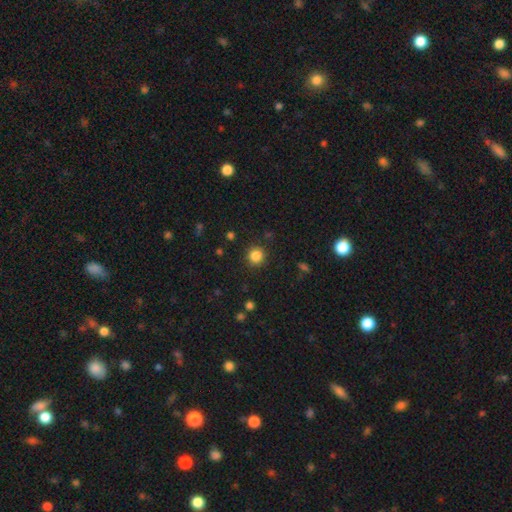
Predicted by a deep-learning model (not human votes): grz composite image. It shows a smooth galaxy with no disk features (84%) that is round (91%). Merging: none (88%).